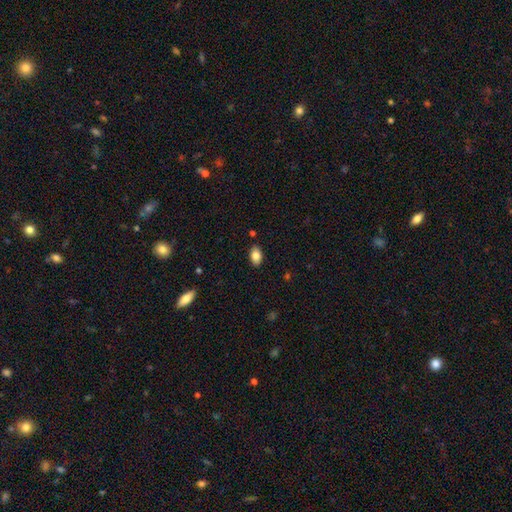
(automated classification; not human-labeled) A smooth galaxy with no disk features (84%) that is in between round and cigar-shaped (90%).

Vote fractions:
- Smooth or featured? smooth: 84% / featured or disk: 8% / star or artifact: 8%
- How rounded? in between: 90% / round: 8% / cigar-shaped: 2%
- Merging? none: 87% / minor disturbance: 10% / major disturbance: 2% / merger: 2%